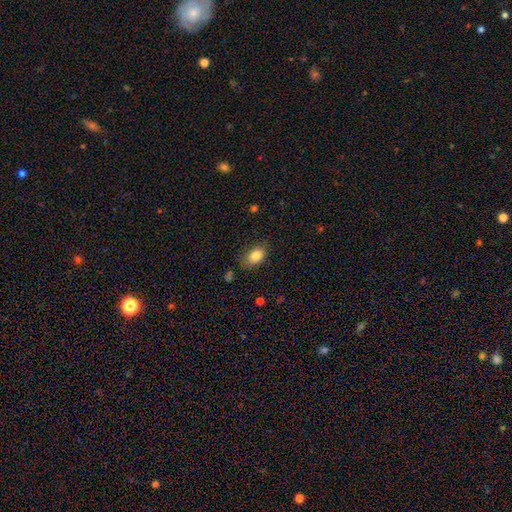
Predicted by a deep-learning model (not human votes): A smooth galaxy with no disk features (84%) that is in between round and cigar-shaped (87%).

Vote fractions:
- Smooth or featured? smooth: 84% / star or artifact: 8% / featured or disk: 7%
- How rounded? in between: 87% / round: 12% / cigar-shaped: 1%
- Merging? none: 75% / minor disturbance: 19% / major disturbance: 5% / merger: 2%